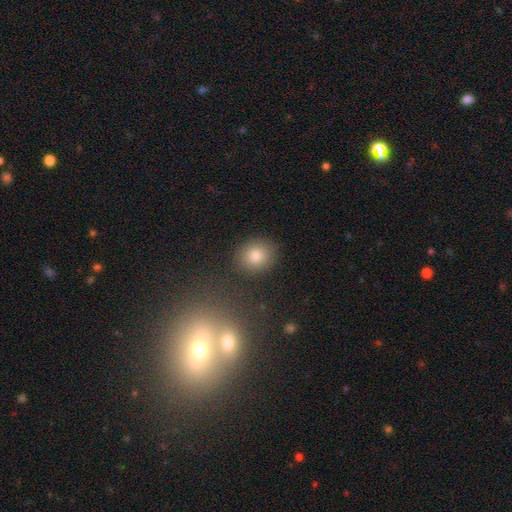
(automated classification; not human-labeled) Q: Smooth or featured?
A: smooth (83%); runner-up: star or artifact (10%)
Q: How rounded?
A: round (71%); runner-up: in between (28%)
Q: Merging?
A: none (86%); runner-up: minor disturbance (9%)